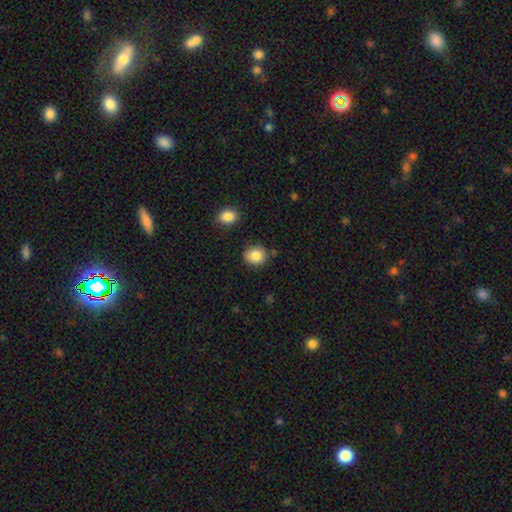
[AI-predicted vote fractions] Q: Smooth or featured?
A: smooth (85%); runner-up: star or artifact (9%)
Q: How rounded?
A: round (79%); runner-up: in between (20%)
Q: Merging?
A: none (82%); runner-up: minor disturbance (11%)